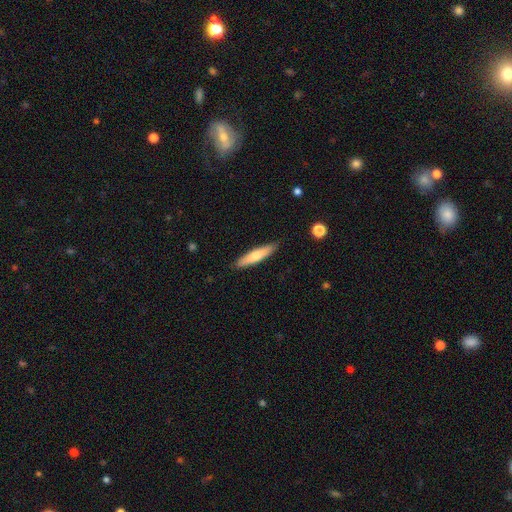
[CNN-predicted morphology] smooth-or-featured: smooth: 71% | featured or disk: 23% | star or artifact: 5%
  how-rounded: cigar-shaped: 85% | in between: 13% | round: 1%
  merging: none: 88% | minor disturbance: 9% | major disturbance: 2% | merger: 1%